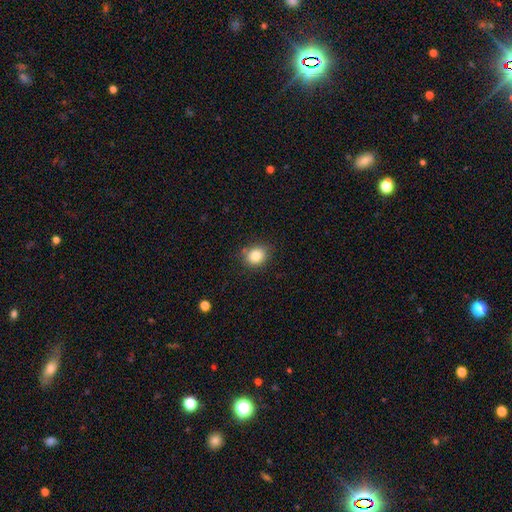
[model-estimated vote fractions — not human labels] Overall: smooth (83%). How rounded: round (67%; in between 32%). Merging: none (81%).